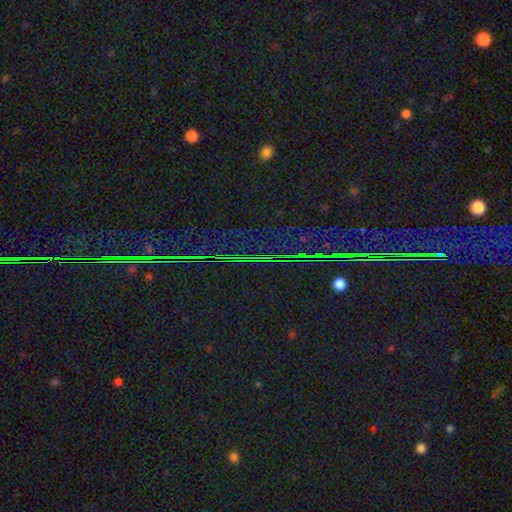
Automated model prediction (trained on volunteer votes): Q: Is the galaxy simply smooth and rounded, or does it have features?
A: star or artifact — 86%.